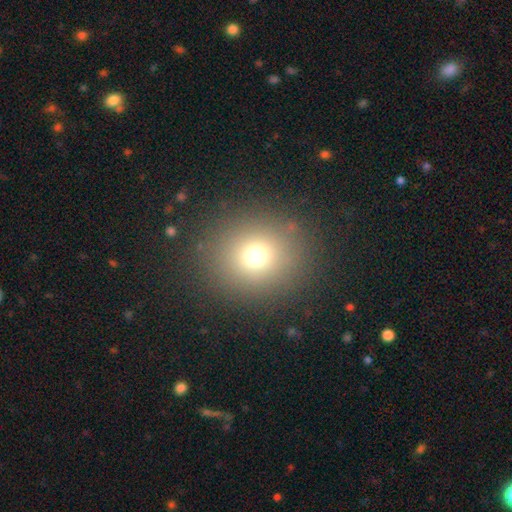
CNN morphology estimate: smooth 71%, star or artifact 19%, featured or disk 10%. Down the decision tree: how rounded — round (87%); merging — none (88%).